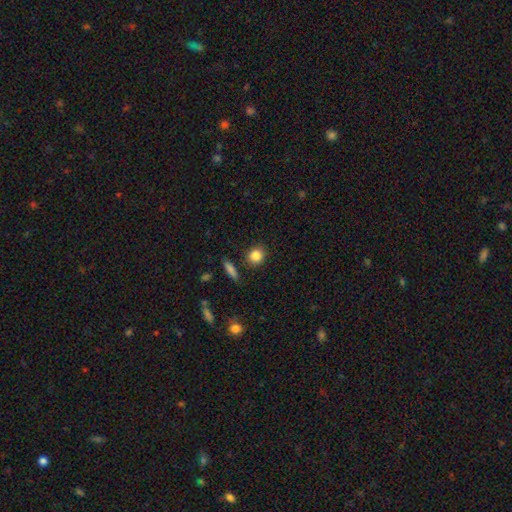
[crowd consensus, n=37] smooth-or-featured: smooth: 86% | featured or disk: 8% | star or artifact: 5%
  how-rounded: round: 81% | in between: 12% | cigar-shaped: 6%
  merging: none: 80% | minor disturbance: 9% | merger: 9% | major disturbance: 3%